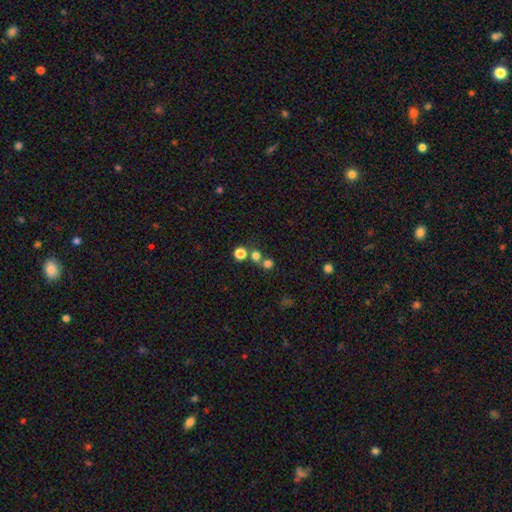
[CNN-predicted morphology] Smooth or featured: smooth — 70% (star or artifact — 22%)
How rounded: round — 88% (in between — 11%)
Merging: none — 58% (merger — 32%)